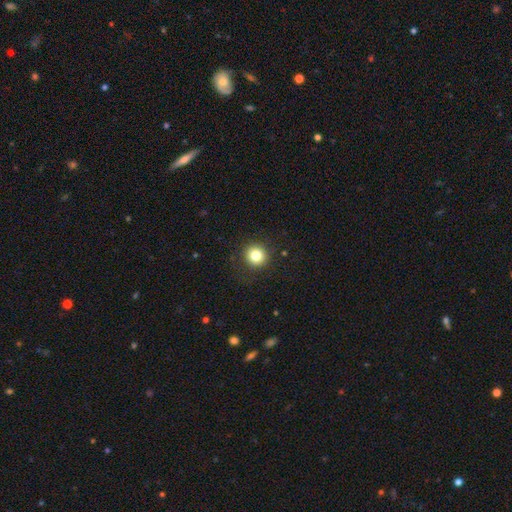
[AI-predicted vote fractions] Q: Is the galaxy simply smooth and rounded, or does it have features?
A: smooth — 82%.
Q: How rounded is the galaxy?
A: round — 93%.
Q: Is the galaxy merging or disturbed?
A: none — 89%.